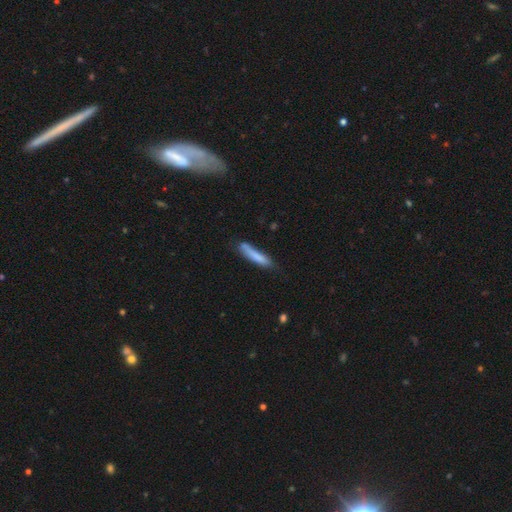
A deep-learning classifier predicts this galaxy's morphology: Smooth or featured? Predicted: smooth (p=0.78). How rounded? Predicted: cigar-shaped (p=0.90). Merging? Predicted: none (p=0.67).